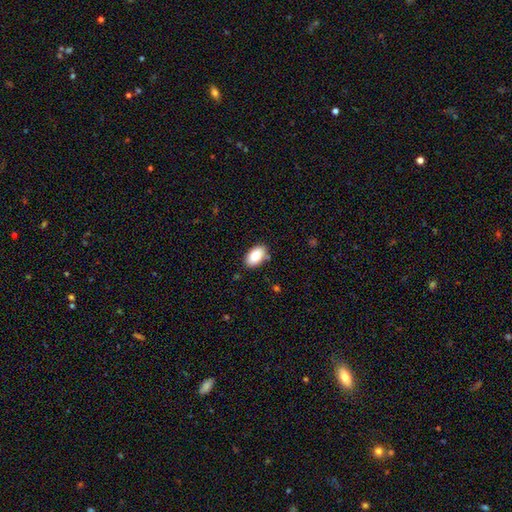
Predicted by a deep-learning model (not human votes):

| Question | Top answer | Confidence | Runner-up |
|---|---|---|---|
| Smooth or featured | smooth | 85% | featured or disk (8%) |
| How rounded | in between | 93% | round (6%) |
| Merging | none | 85% | minor disturbance (11%) |